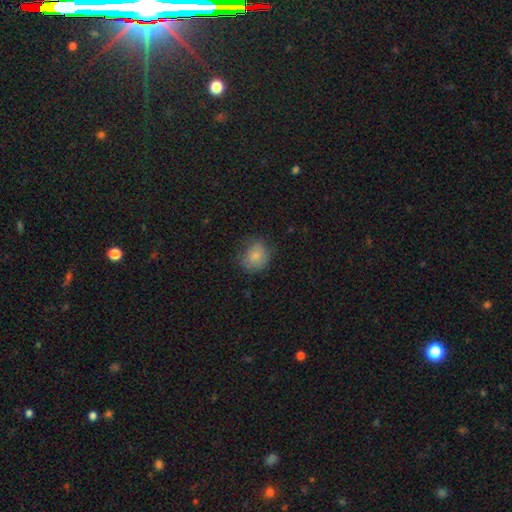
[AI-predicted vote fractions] Smooth or featured?
  - smooth: 82% *
  - featured or disk: 10%
  - star or artifact: 9%
How rounded?
  - round: 69% *
  - in between: 30%
  - cigar-shaped: 1%
Merging?
  - none: 70% *
  - minor disturbance: 22%
  - major disturbance: 7%
  - merger: 1%